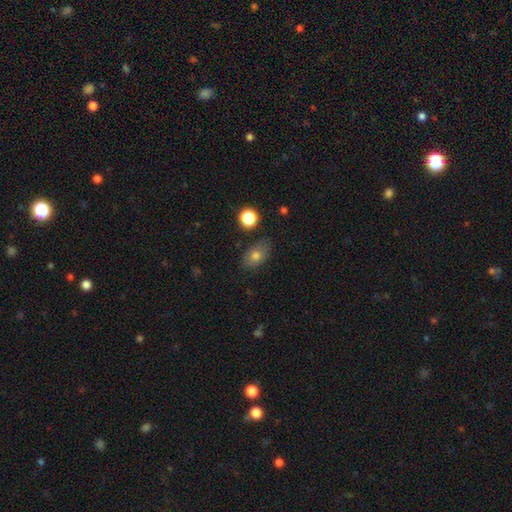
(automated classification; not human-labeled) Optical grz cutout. It shows a smooth galaxy with no disk features (75%) that is in between round and cigar-shaped (83%). Merging: none (78%).